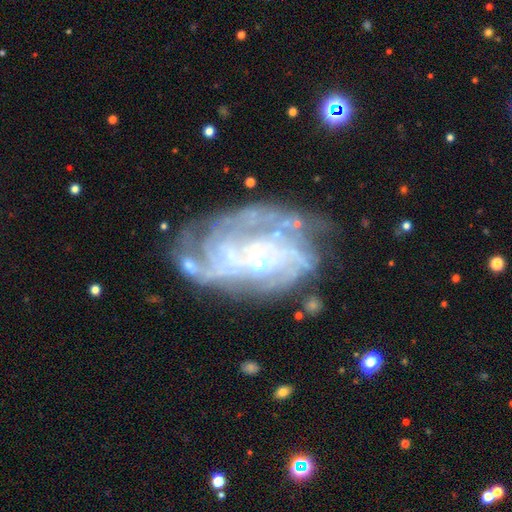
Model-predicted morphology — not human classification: Overall: featured or disk (86%). Edge-on disk: no (96%). Bar: no (50%; weak 37%). Spiral arms: yes (93%). Spiral arm count: can't tell (34%; 4 19%). Spiral winding: tight (62%; medium 29%). Bulge size: small (56%; moderate 36%). Merging: none (63%).